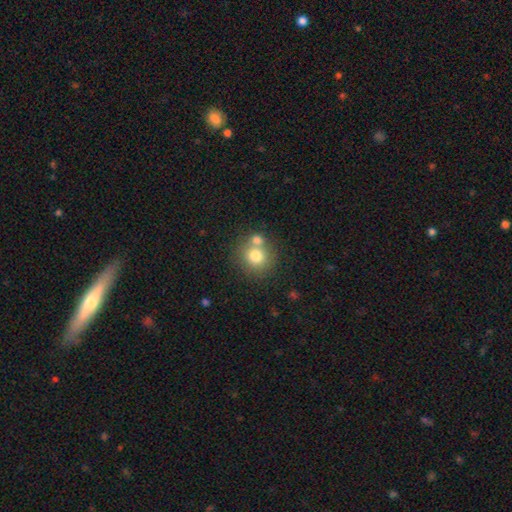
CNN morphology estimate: A smooth galaxy with no disk features (75%) that is round (87%).

Vote fractions:
- Smooth or featured? smooth: 75% / featured or disk: 14% / star or artifact: 11%
- How rounded? round: 87% / in between: 12% / cigar-shaped: 1%
- Merging? none: 54% / merger: 34% / minor disturbance: 9% / major disturbance: 3%